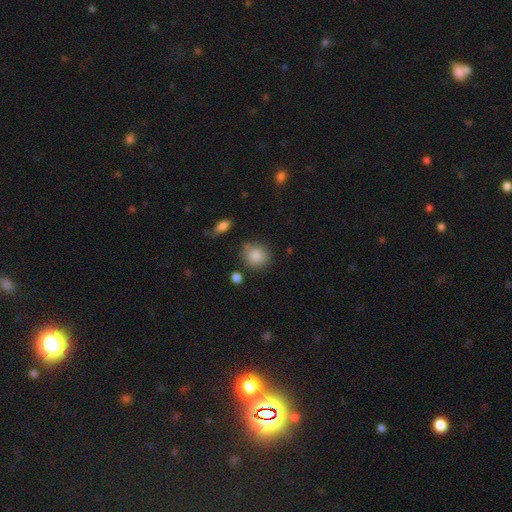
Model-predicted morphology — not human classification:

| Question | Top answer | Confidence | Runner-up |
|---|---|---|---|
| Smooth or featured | smooth | 87% | star or artifact (8%) |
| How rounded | round | 83% | in between (15%) |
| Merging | none | 79% | minor disturbance (12%) |